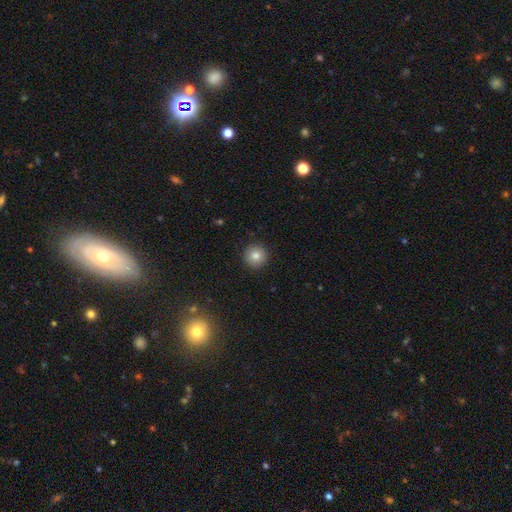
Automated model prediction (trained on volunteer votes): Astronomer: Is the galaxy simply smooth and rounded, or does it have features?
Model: smooth — 81%.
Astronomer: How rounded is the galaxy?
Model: round — 95%.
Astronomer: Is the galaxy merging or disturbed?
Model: none — 92%.